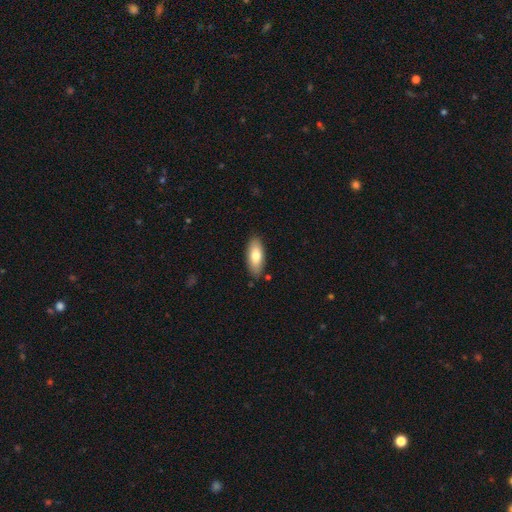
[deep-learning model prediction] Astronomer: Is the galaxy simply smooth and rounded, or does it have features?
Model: smooth — 77%.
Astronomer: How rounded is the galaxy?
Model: in between — 80%.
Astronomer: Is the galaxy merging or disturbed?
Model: none — 86%.